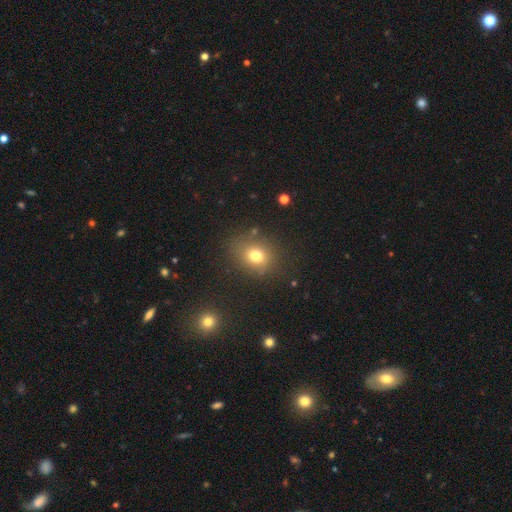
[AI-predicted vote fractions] This appears to be a smooth galaxy with no disk features (74%) that is round (65%). Merging: none (80%).